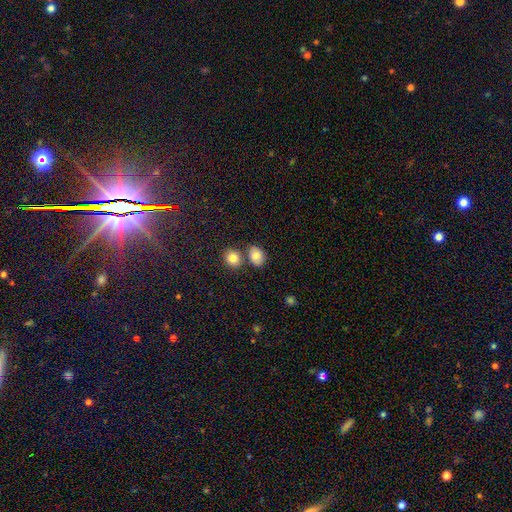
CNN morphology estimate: A smooth galaxy with no disk features (82%) that is in between round and cigar-shaped (60%).

Vote fractions:
- Smooth or featured? smooth: 82% / star or artifact: 9% / featured or disk: 9%
- How rounded? in between: 60% / round: 39% / cigar-shaped: 1%
- Merging? none: 62% / merger: 22% / minor disturbance: 13% / major disturbance: 4%